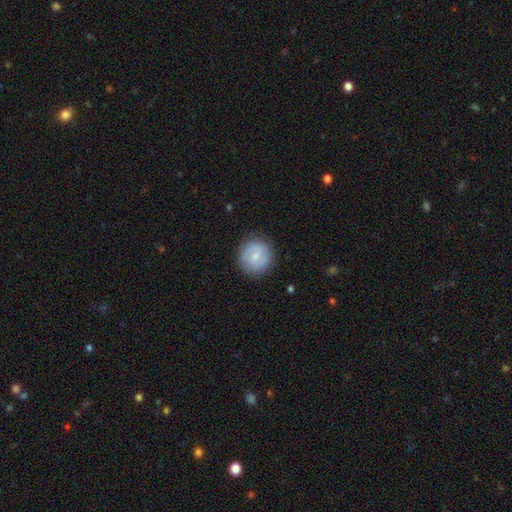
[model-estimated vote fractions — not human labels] Smooth or featured: smooth — 54% (featured or disk — 40%)
How rounded: round — 91% (in between — 8%)
Merging: none — 85% (minor disturbance — 11%)